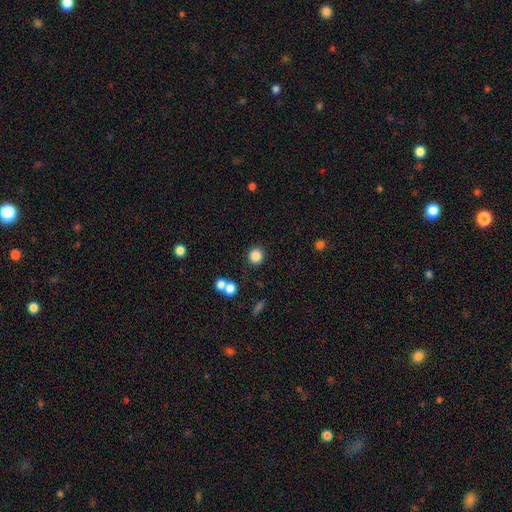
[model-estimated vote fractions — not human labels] A smooth galaxy with no disk features (85%) that is round (87%). Merging: none (85%).